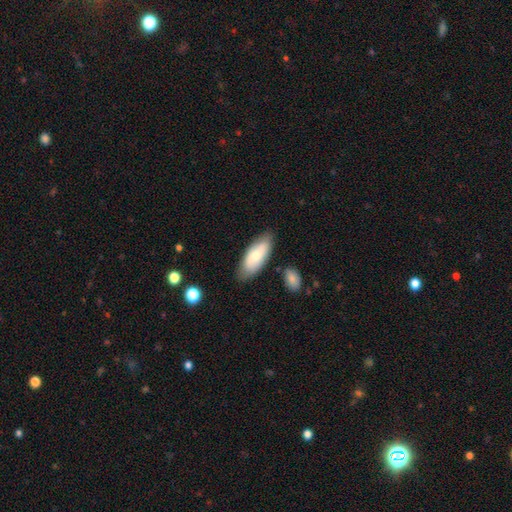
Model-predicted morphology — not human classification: A smooth galaxy with no disk features (66%) that is in between round and cigar-shaped (85%). Merging: none (78%).